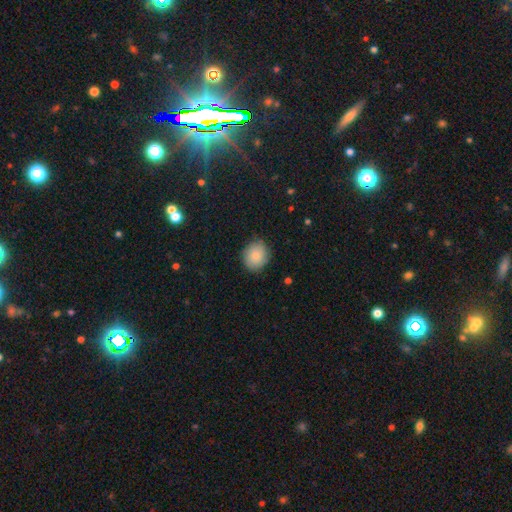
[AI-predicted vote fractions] A smooth galaxy with no disk features (82%) that is round (76%). Merging: none (83%).